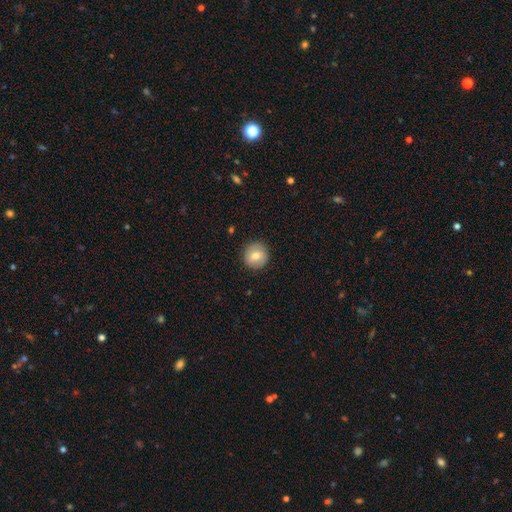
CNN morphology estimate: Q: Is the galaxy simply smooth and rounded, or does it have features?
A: smooth — 69%.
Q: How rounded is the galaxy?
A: round — 89%.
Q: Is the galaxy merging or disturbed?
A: none — 88%.